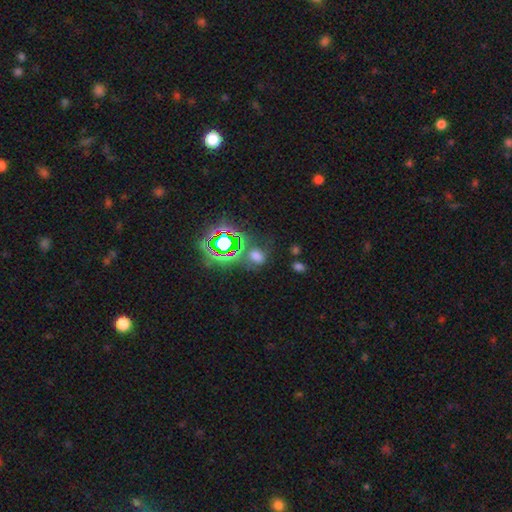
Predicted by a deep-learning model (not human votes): smooth 48%, star or artifact 41%, featured or disk 11%. Down the decision tree: merging — none (58%).